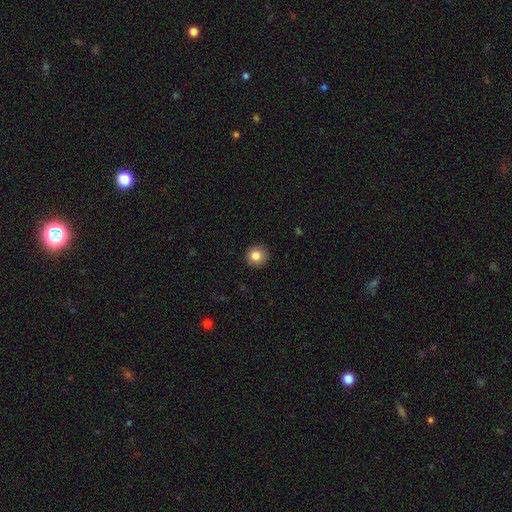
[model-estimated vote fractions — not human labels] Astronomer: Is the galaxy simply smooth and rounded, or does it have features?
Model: smooth — 84%.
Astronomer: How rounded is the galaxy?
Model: round — 92%.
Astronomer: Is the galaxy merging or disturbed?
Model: none — 92%.